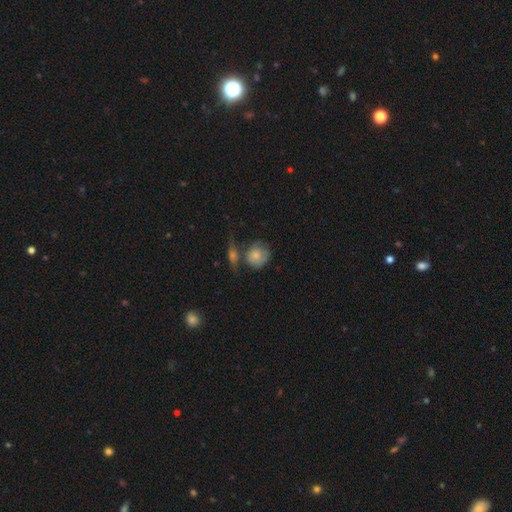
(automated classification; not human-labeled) smooth_or_featured: smooth (p=0.73) [alt: featured or disk p=0.20]
how_rounded: round (p=0.78) [alt: in between p=0.20]
merging: none (p=0.40) [alt: merger p=0.29]